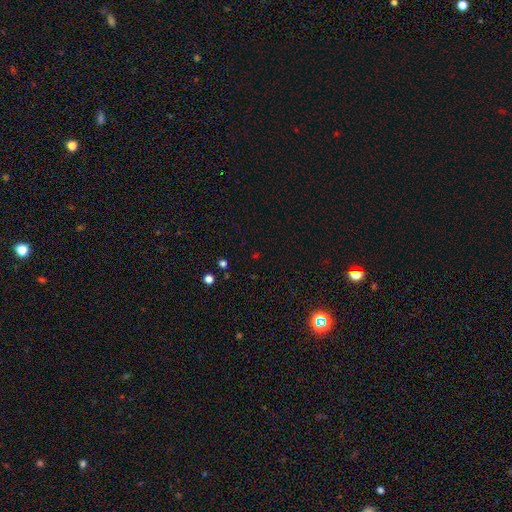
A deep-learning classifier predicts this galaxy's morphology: Smooth or featured?
  - star or artifact: 56% *
  - smooth: 36%
  - featured or disk: 7%